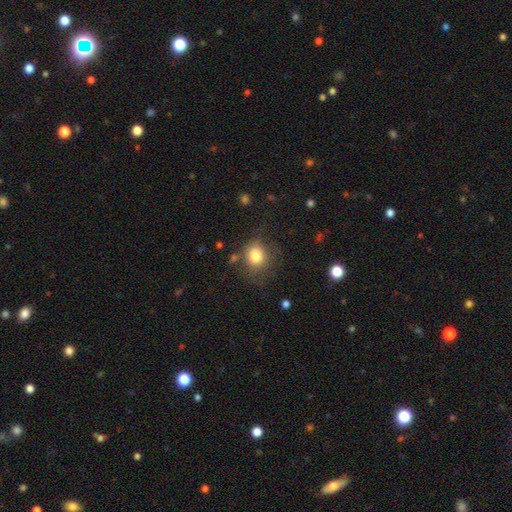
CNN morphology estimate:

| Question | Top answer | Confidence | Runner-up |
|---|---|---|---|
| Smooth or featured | smooth | 81% | star or artifact (10%) |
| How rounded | round | 67% | in between (32%) |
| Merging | none | 69% | minor disturbance (19%) |